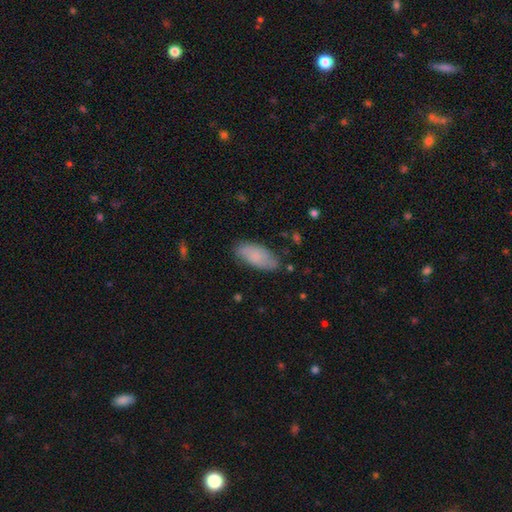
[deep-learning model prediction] smooth-or-featured: smooth: 78% | featured or disk: 15% | star or artifact: 7%
  how-rounded: in between: 87% | cigar-shaped: 11% | round: 2%
  merging: none: 75% | minor disturbance: 19% | major disturbance: 4% | merger: 2%